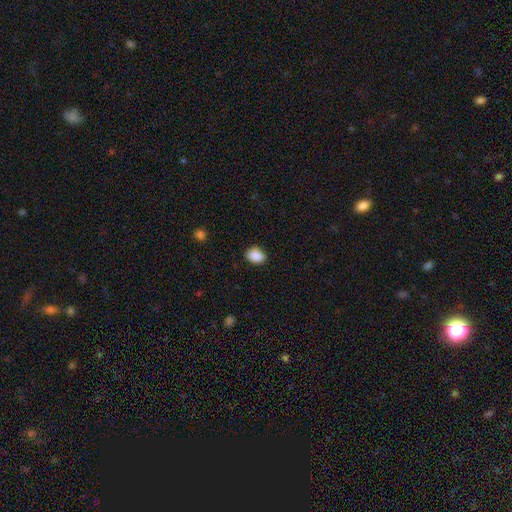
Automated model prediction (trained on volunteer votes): Overall: smooth (89%). How rounded: in between (65%; round 34%). Merging: none (86%).